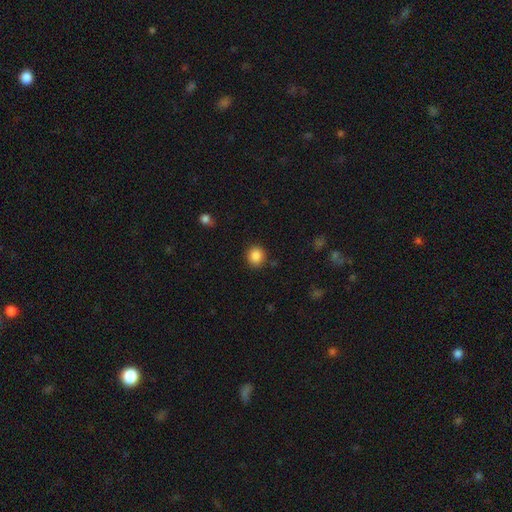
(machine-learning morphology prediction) type=smooth (87%); roundness=round (85%); merging=none (87%).